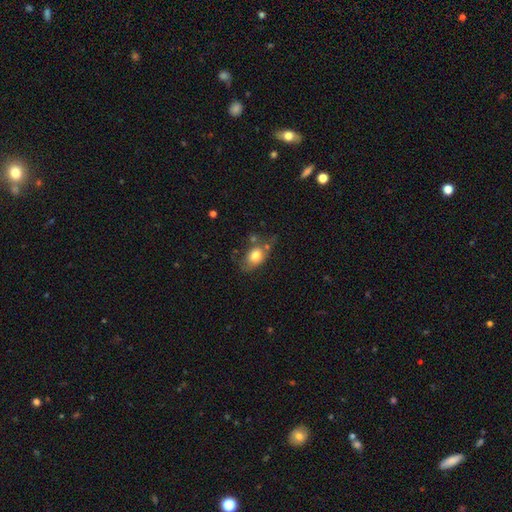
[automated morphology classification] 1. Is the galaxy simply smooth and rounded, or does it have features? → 74% smooth, 17% featured or disk, 9% star or artifact.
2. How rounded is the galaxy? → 74% in between, 24% round, 2% cigar-shaped.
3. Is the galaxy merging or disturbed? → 46% none, 28% minor disturbance, 14% major disturbance, 13% merger.